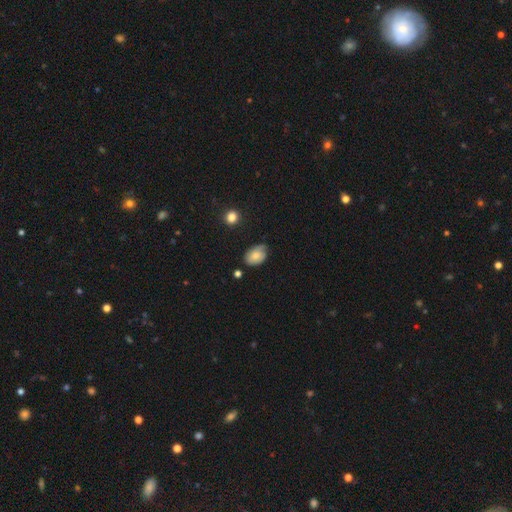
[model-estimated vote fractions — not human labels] Q: Smooth or featured?
A: smooth (69%); runner-up: featured or disk (22%)
Q: How rounded?
A: in between (80%); runner-up: round (19%)
Q: Merging?
A: none (54%); runner-up: minor disturbance (36%)